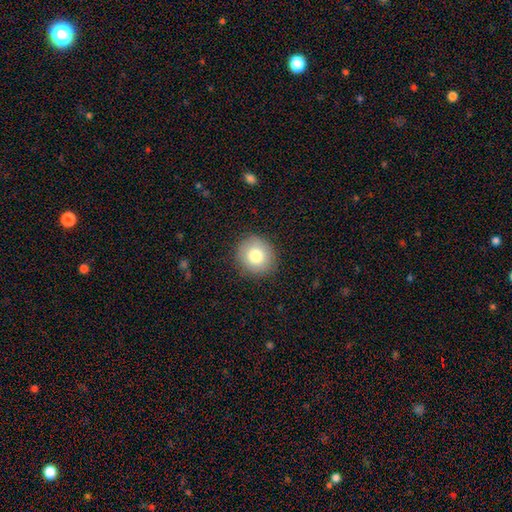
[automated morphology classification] A smooth galaxy with no disk features (78%) that is round (87%). Merging: none (88%).